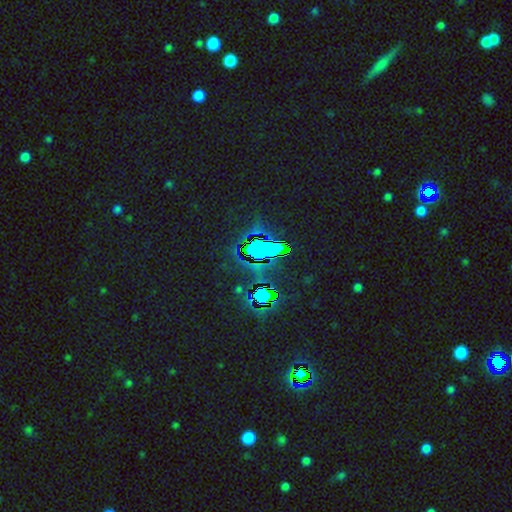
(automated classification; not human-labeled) smooth-or-featured: star or artifact: 82% | smooth: 10% | featured or disk: 8%